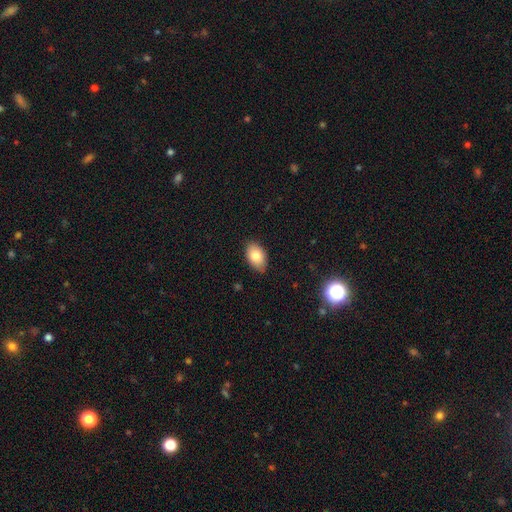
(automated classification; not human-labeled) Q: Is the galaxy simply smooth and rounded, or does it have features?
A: smooth — 82%.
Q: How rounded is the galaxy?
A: in between — 91%.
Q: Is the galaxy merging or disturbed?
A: none — 84%.